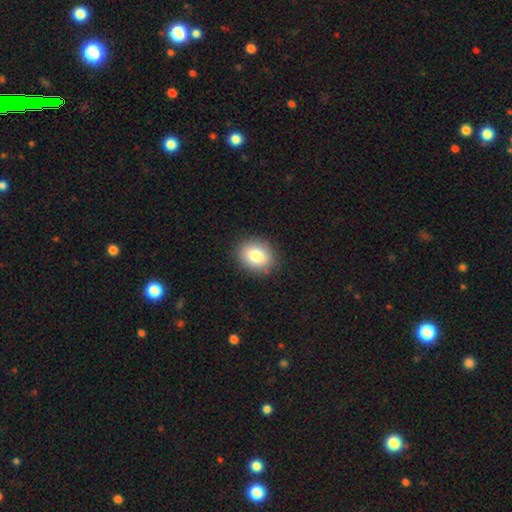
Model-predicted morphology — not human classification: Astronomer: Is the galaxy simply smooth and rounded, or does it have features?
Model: smooth — 83%.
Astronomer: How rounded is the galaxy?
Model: in between — 52% (runner-up: round, 47%).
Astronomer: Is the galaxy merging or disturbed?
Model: none — 89%.